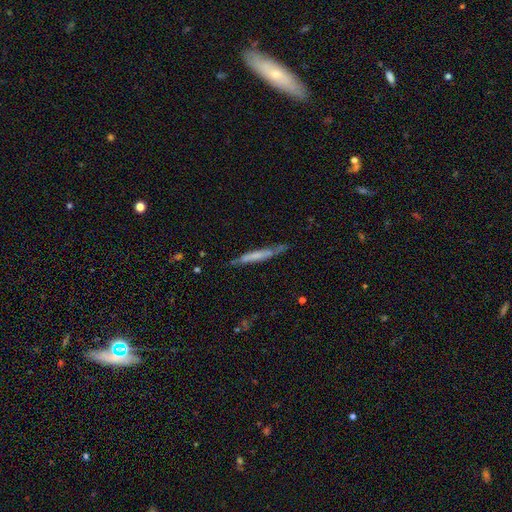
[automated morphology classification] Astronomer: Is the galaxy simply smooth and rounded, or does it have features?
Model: smooth — 48% (runner-up: featured or disk, 46%).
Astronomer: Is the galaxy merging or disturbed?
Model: none — 71%.